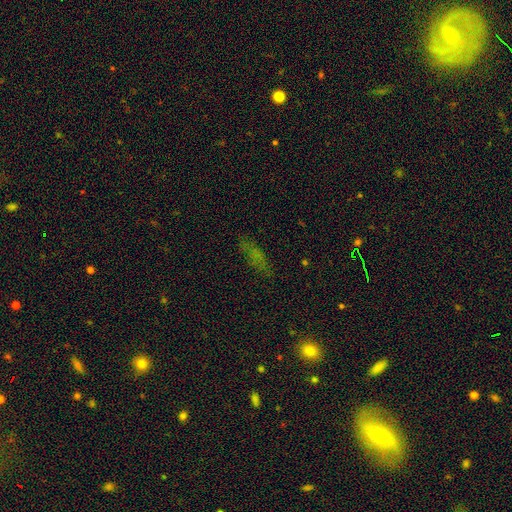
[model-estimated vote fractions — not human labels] Smooth or featured? Predicted: smooth (p=0.54). How rounded? Predicted: cigar-shaped (p=0.47, tied with in between). Merging? Predicted: none (p=0.72).